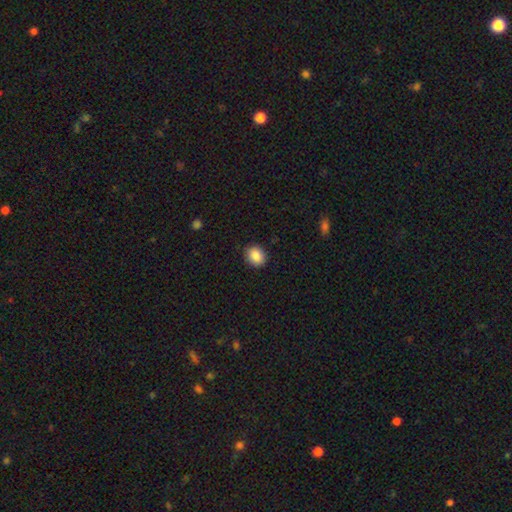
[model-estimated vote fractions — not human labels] Smooth or featured: smooth — 88% (star or artifact — 8%)
How rounded: round — 57% (in between — 42%)
Merging: none — 89% (minor disturbance — 8%)